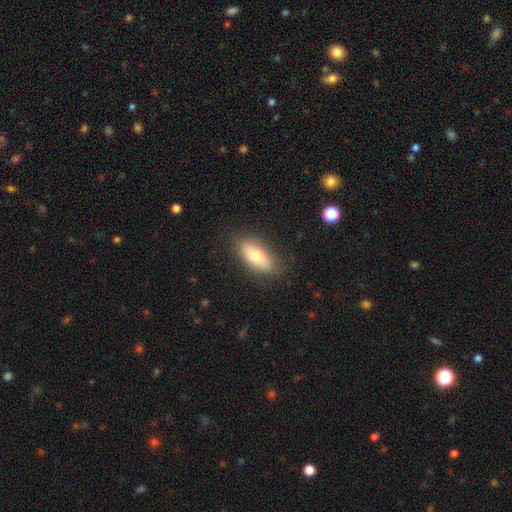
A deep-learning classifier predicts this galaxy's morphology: This is likely a smooth galaxy (72%). How rounded: likely in between (80%). Merging: clearly none (84%).